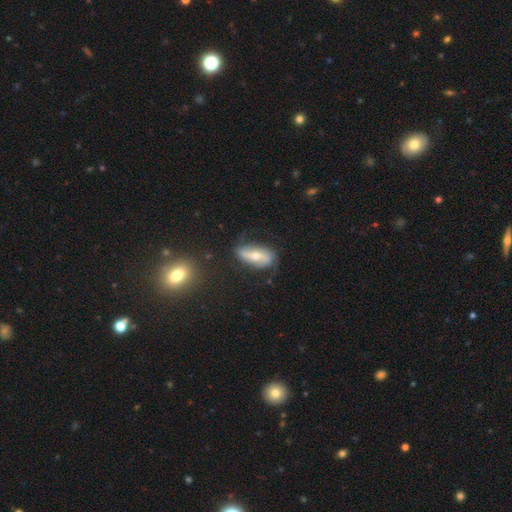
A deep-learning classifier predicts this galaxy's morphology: This is likely a featured or disk galaxy (65%). It is clearly not viewed edge-on (83%). Bar: marginally strong (38%). Spiral arm pattern: clearly yes (81%). Central bulge: possibly moderate (56%). Merging: likely none (67%).